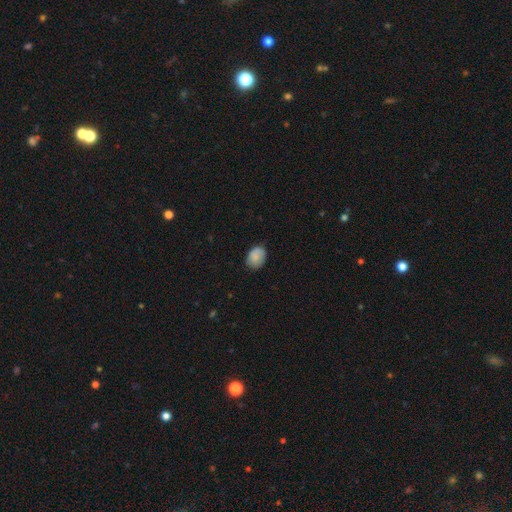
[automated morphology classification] A smooth galaxy with no disk features (81%) that is in between round and cigar-shaped (65%). Merging: none (74%).